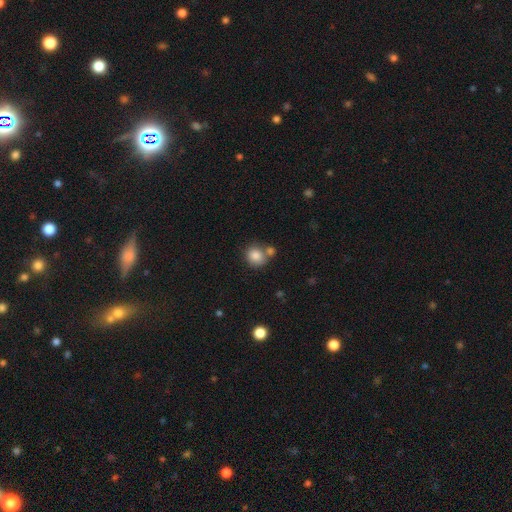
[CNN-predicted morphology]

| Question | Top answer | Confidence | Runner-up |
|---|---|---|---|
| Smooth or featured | smooth | 84% | star or artifact (9%) |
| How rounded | round | 81% | in between (18%) |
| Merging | none | 55% | merger (29%) |